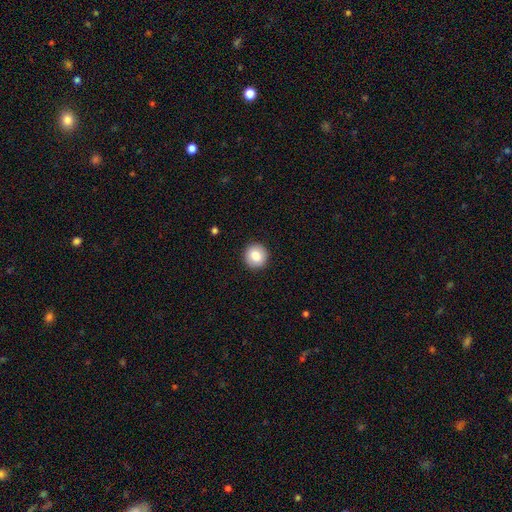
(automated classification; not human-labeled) This appears to be a smooth galaxy with no disk features (85%) that is round (93%). Merging: none (92%).